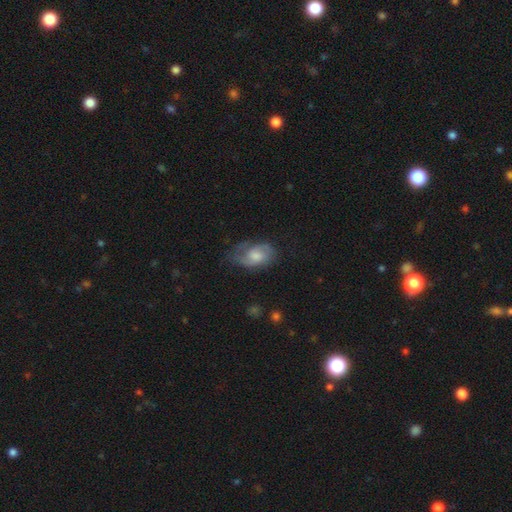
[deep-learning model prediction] A featured or disk galaxy (56%) with no bar (61%), spiral arms (85%) and a moderate central bulge (46%).

Vote fractions:
- Smooth or featured? featured or disk: 56% / smooth: 37% / star or artifact: 7%
- Edge-on disk? no: 96% / yes: 4%
- Bar? no: 61% / weak: 34% / strong: 5%
- Spiral arms? yes: 85% / no: 15%
- Bulge size? moderate: 46% / small: 27% / large: 15% / none: 10% / dominant: 2%
- Merging? none: 52% / minor disturbance: 30% / major disturbance: 17% / merger: 2%